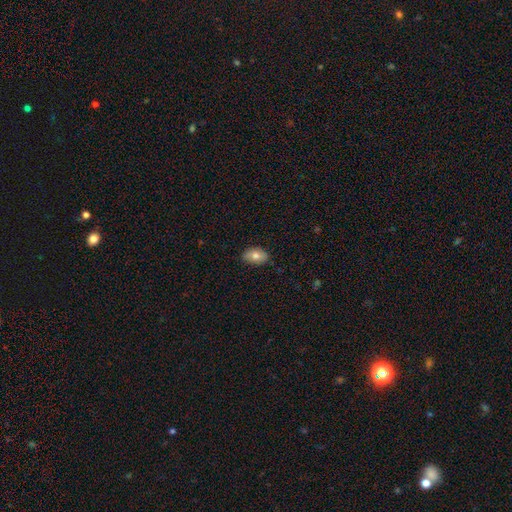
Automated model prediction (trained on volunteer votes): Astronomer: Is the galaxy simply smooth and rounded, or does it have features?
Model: smooth — 77%.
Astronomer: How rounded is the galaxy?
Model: in between — 89%.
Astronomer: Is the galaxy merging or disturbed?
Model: none — 83%.